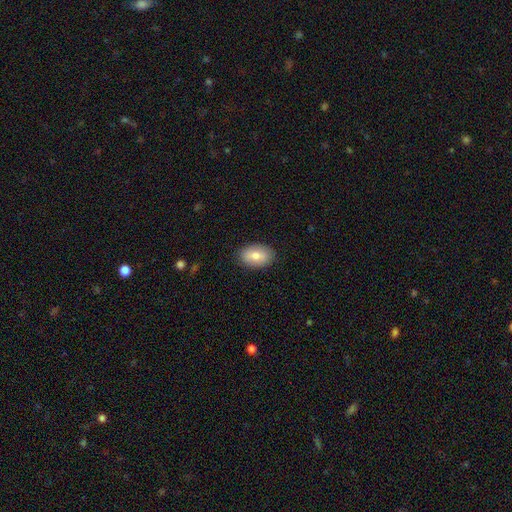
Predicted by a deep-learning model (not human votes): Smooth or featured?
  - smooth: 78% *
  - featured or disk: 16%
  - star or artifact: 7%
How rounded?
  - in between: 90% *
  - round: 9%
  - cigar-shaped: 1%
Merging?
  - none: 87% *
  - minor disturbance: 10%
  - major disturbance: 2%
  - merger: 1%